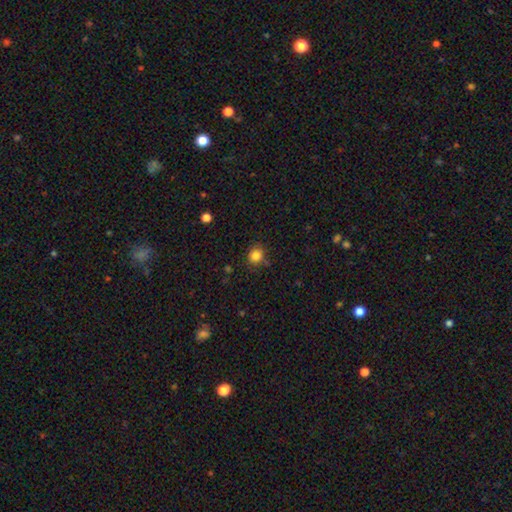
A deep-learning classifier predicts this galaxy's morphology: Smooth or featured?
  - smooth: 83% *
  - star or artifact: 12%
  - featured or disk: 5%
How rounded?
  - round: 81% *
  - in between: 18%
  - cigar-shaped: 1%
Merging?
  - none: 80% *
  - minor disturbance: 13%
  - major disturbance: 3%
  - merger: 3%